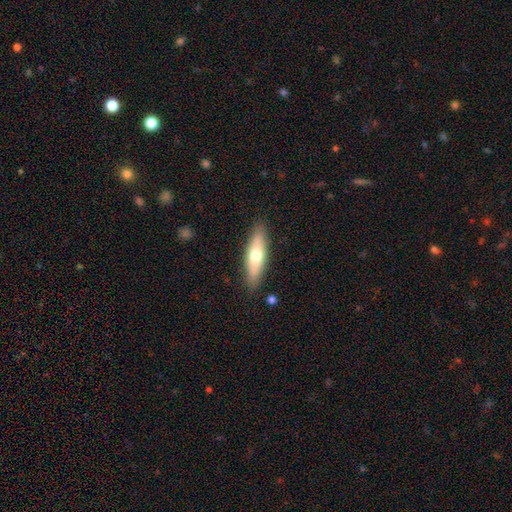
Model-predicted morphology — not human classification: Q: Smooth or featured?
A: smooth (60%); runner-up: featured or disk (34%)
Q: How rounded?
A: cigar-shaped (55%); runner-up: in between (43%)
Q: Merging?
A: none (87%); runner-up: minor disturbance (10%)